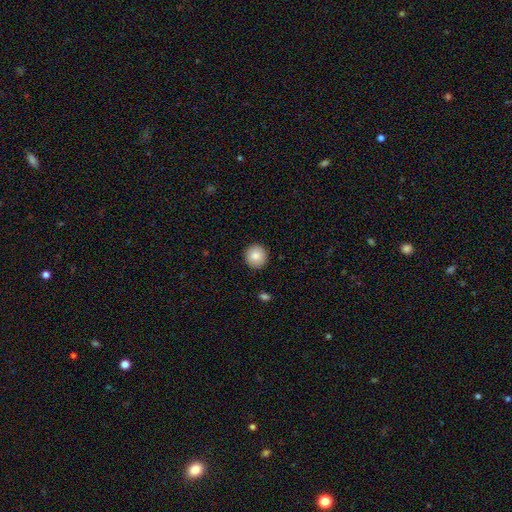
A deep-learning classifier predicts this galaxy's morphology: smooth-or-featured: smooth: 87% | star or artifact: 8% | featured or disk: 5%
  how-rounded: round: 93% | in between: 6% | cigar-shaped: 1%
  merging: none: 92% | minor disturbance: 5% | major disturbance: 2% | merger: 1%